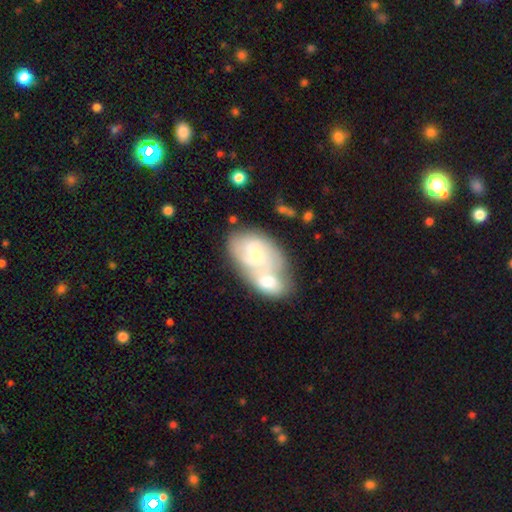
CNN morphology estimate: featured or disk 54%, smooth 39%, star or artifact 7%. Down the decision tree: edge-on disk — no (95%); bar — no (67%); spiral arms — yes (63%); bulge size — moderate (47%); merging — merger (67%).